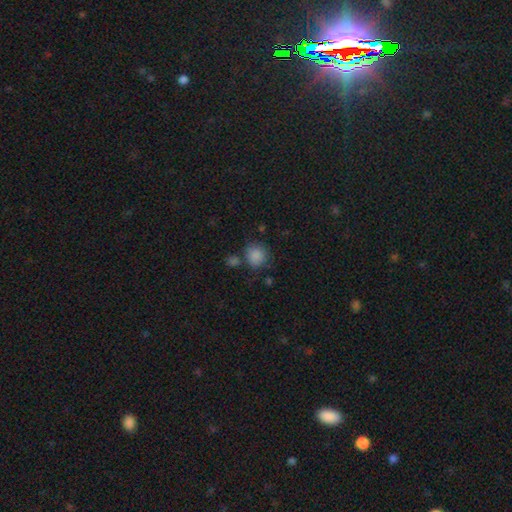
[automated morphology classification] Smooth or featured? Predicted: smooth (p=0.86). How rounded? Predicted: round (p=0.84). Merging? Predicted: none (p=0.68).